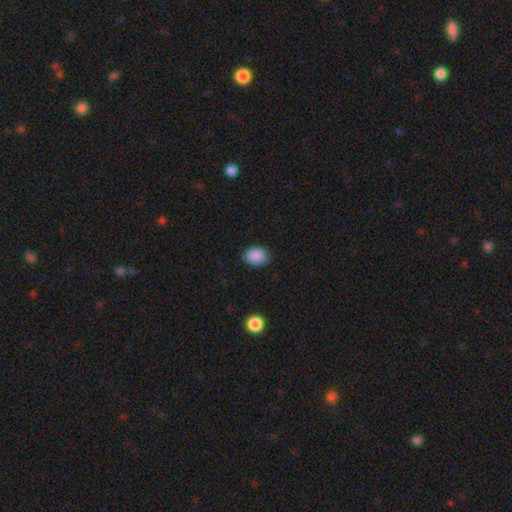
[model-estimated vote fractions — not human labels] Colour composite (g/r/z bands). It shows a smooth galaxy with no disk features (89%) that is in between round and cigar-shaped (67%). Merging: none (85%).